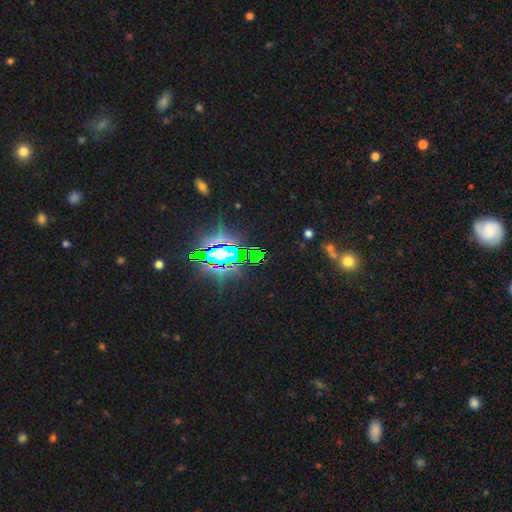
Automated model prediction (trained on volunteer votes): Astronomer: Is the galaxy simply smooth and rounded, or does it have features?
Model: star or artifact — 80%.